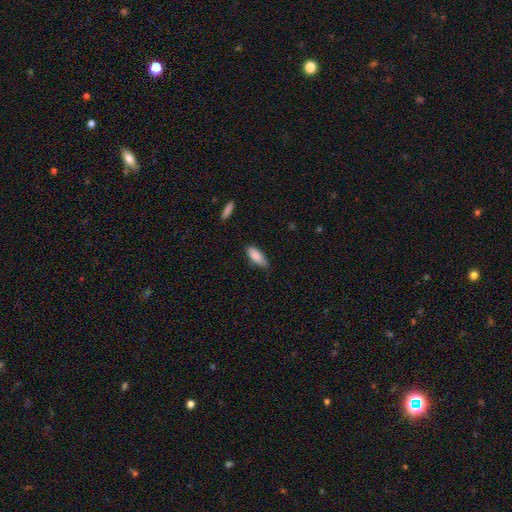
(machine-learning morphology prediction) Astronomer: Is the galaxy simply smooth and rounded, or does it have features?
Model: smooth — 87%.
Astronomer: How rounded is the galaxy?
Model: in between — 73%.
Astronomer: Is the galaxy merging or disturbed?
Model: none — 66%.